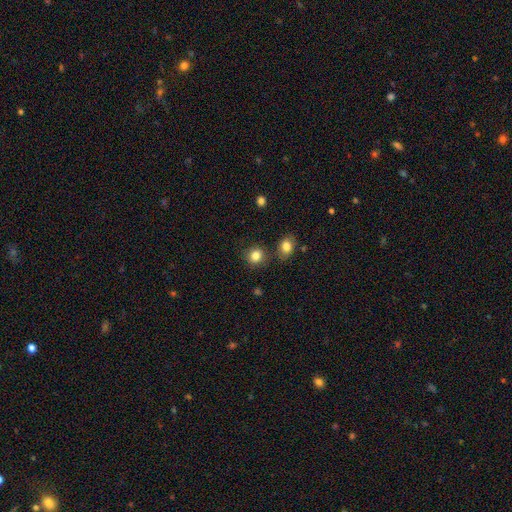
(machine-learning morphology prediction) A smooth galaxy with no disk features (84%) that is round (84%). Merging: none (80%).